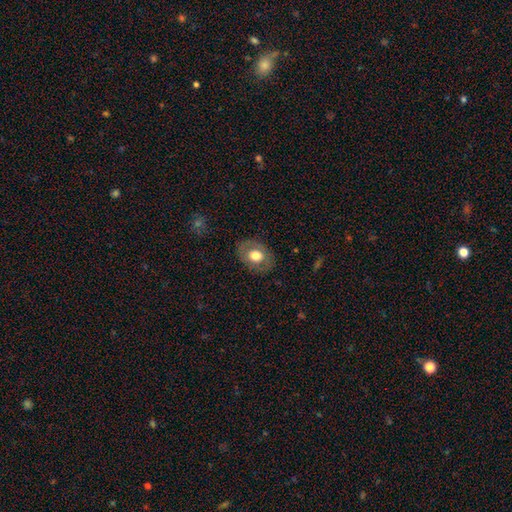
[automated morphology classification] This appears to be a smooth galaxy with no disk features (62%) that is in between round and cigar-shaped (66%). Merging: none (82%).